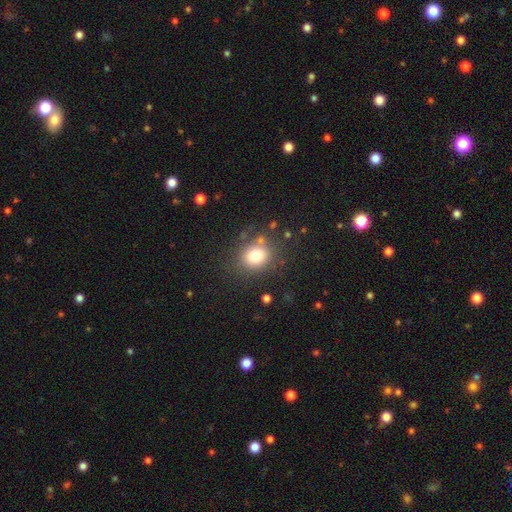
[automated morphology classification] type=smooth (77%); roundness=round (63%); merging=none (76%).